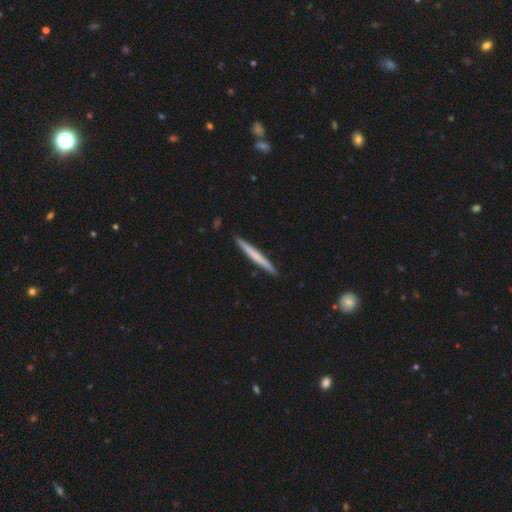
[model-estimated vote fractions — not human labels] Q: Smooth or featured?
A: smooth (55%); runner-up: featured or disk (40%)
Q: How rounded?
A: cigar-shaped (97%); runner-up: in between (2%)
Q: Merging?
A: none (92%); runner-up: minor disturbance (6%)